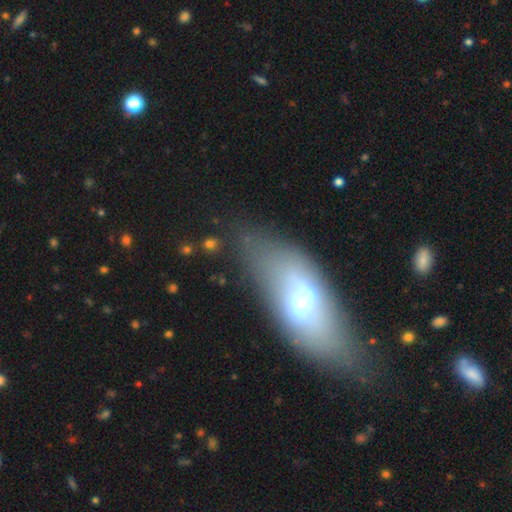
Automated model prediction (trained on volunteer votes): smooth_or_featured: featured or disk (p=0.47) [alt: smooth p=0.42]
merging: none (p=0.69) [alt: minor disturbance p=0.18]